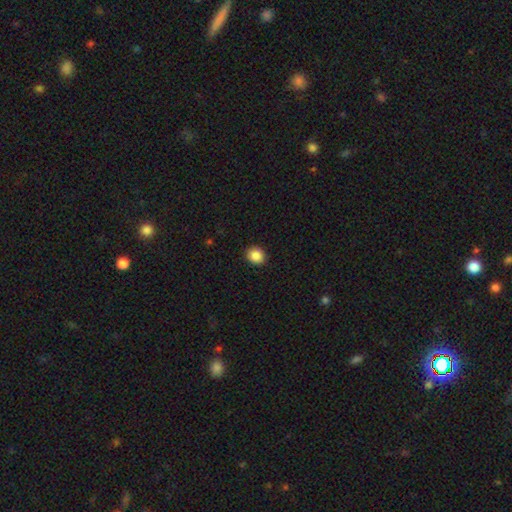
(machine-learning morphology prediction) This appears to be a smooth galaxy with no disk features (87%) that is round (72%). Merging: none (91%).